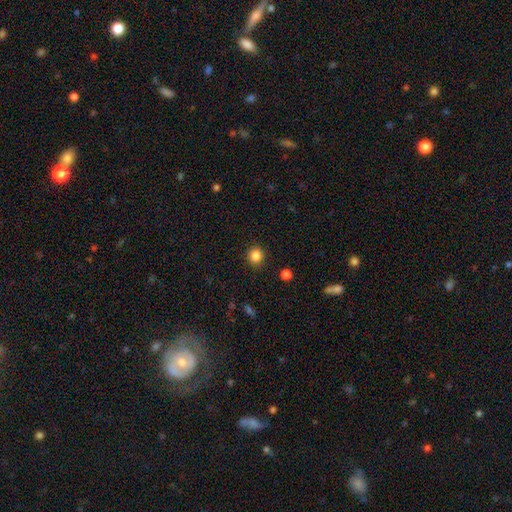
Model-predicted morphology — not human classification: A smooth galaxy with no disk features (85%) that is round (91%). Merging: none (90%).